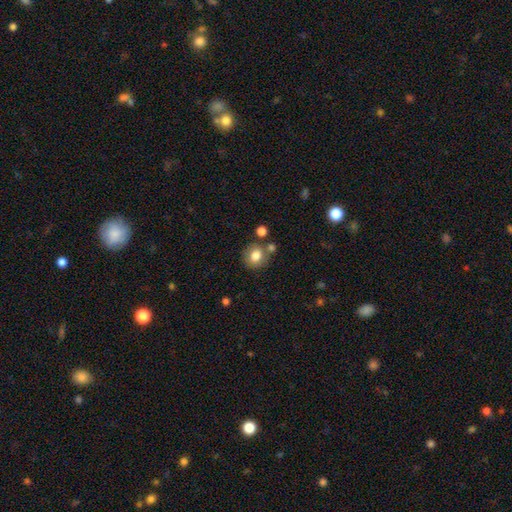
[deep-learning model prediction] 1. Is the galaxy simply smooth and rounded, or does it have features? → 79% smooth, 11% featured or disk, 10% star or artifact.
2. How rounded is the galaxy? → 83% round, 16% in between, 1% cigar-shaped.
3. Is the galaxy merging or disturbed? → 71% none, 13% merger, 12% minor disturbance, 4% major disturbance.